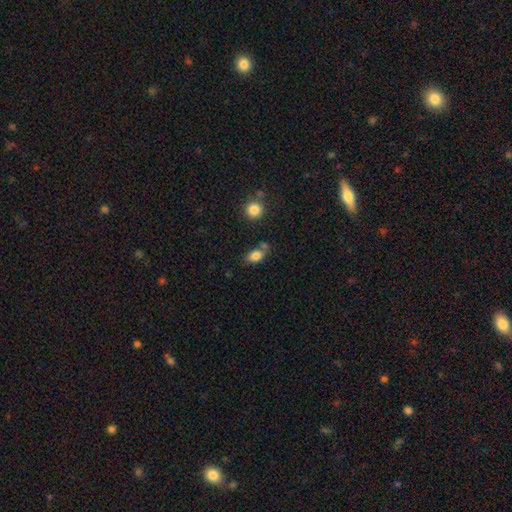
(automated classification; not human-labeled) Smooth or featured? Predicted: smooth (p=0.82). How rounded? Predicted: in between (p=0.82). Merging? Predicted: none (p=0.63).